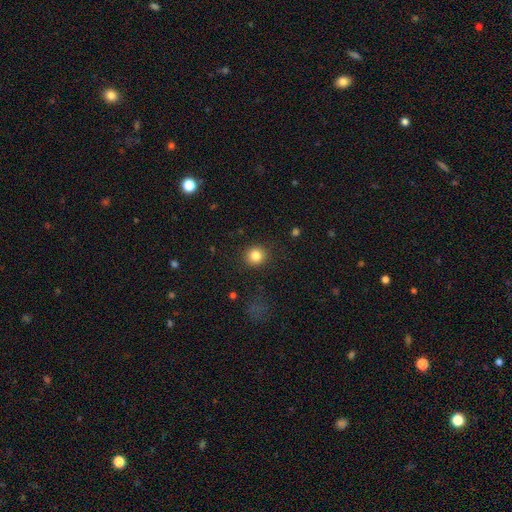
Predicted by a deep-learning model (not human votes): Q: Smooth or featured?
A: smooth (83%); runner-up: star or artifact (11%)
Q: How rounded?
A: round (90%); runner-up: in between (9%)
Q: Merging?
A: none (90%); runner-up: minor disturbance (7%)